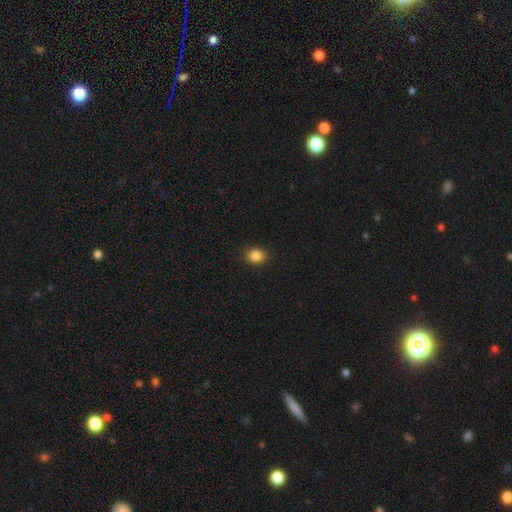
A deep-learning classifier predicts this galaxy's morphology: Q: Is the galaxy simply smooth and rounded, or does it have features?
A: smooth — 86%.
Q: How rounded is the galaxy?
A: round — 70%.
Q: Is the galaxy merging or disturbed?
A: none — 89%.